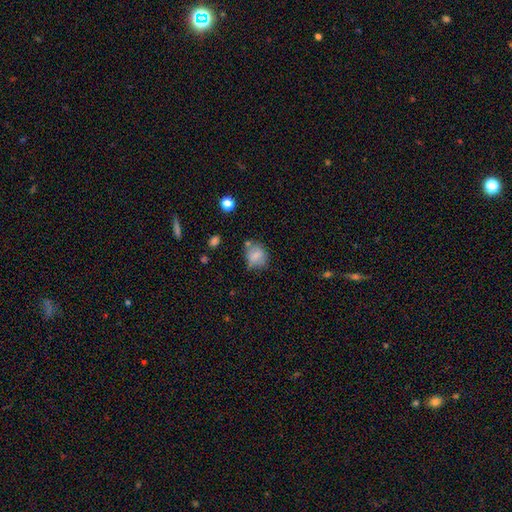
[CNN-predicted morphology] Q: Smooth or featured?
A: smooth (74%); runner-up: featured or disk (16%)
Q: How rounded?
A: round (64%); runner-up: in between (34%)
Q: Merging?
A: none (59%); runner-up: minor disturbance (25%)